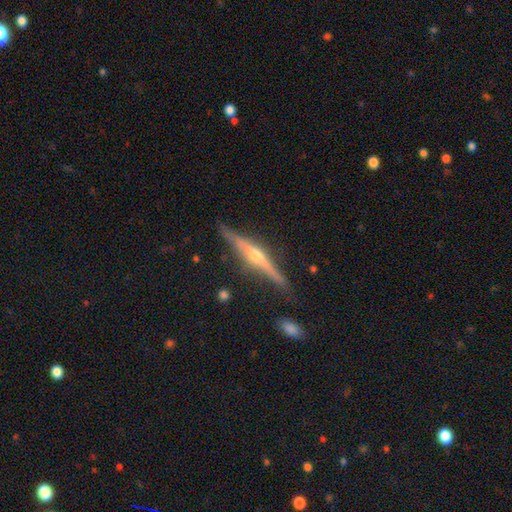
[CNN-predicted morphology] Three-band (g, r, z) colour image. It shows a featured or disk galaxy (85%) viewed edge-on (98%) with a rounded central bulge (88%). Merging: none (85%).